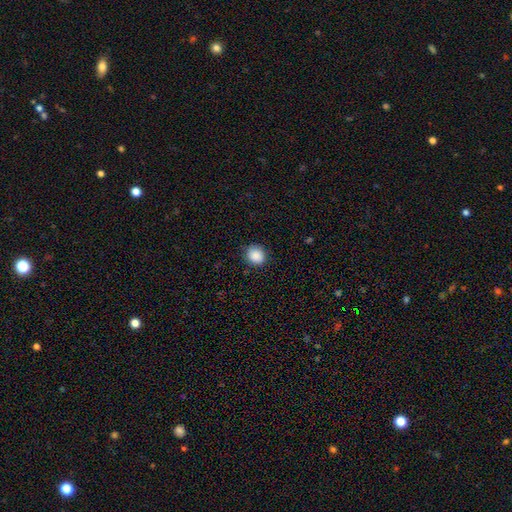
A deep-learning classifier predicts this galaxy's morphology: Smooth or featured? Predicted: smooth (p=0.88). How rounded? Predicted: round (p=0.79). Merging? Predicted: none (p=0.86).